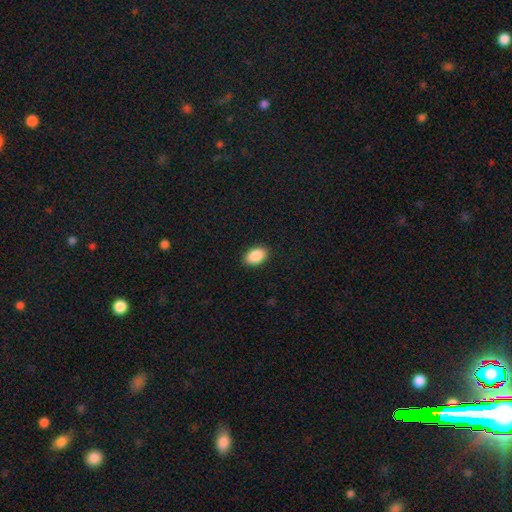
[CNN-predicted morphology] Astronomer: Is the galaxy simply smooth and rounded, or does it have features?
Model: smooth — 90%.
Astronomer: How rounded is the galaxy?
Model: in between — 91%.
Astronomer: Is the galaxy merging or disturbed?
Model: none — 89%.